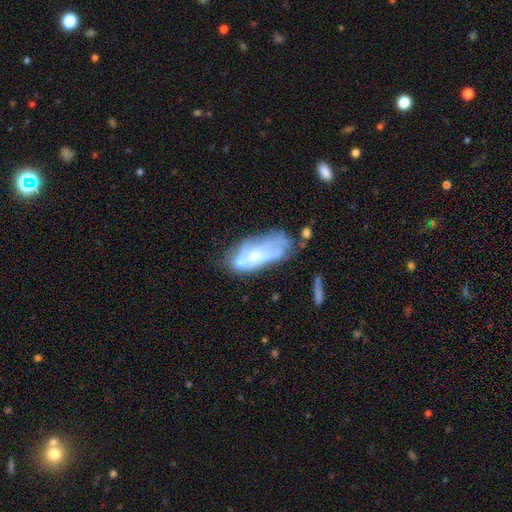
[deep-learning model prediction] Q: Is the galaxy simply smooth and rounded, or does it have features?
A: featured or disk — 56%.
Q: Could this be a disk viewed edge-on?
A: no — 91%.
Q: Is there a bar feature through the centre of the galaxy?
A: no — 80%.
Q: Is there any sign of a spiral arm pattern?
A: no — 77%.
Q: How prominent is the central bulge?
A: moderate — 38%.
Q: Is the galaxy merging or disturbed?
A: none — 30%.